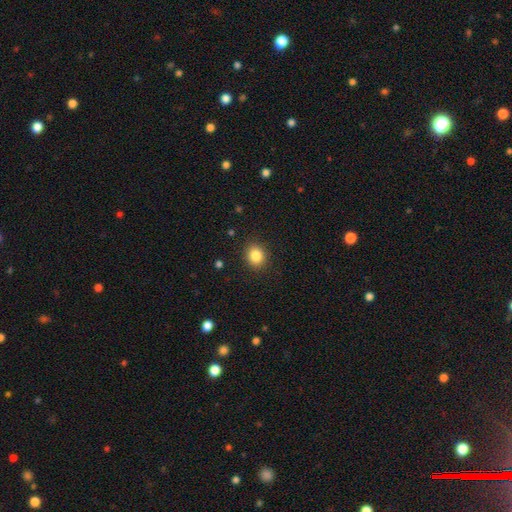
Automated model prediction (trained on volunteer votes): Q: Smooth or featured?
A: smooth (84%); runner-up: star or artifact (10%)
Q: How rounded?
A: round (72%); runner-up: in between (27%)
Q: Merging?
A: none (90%); runner-up: minor disturbance (7%)